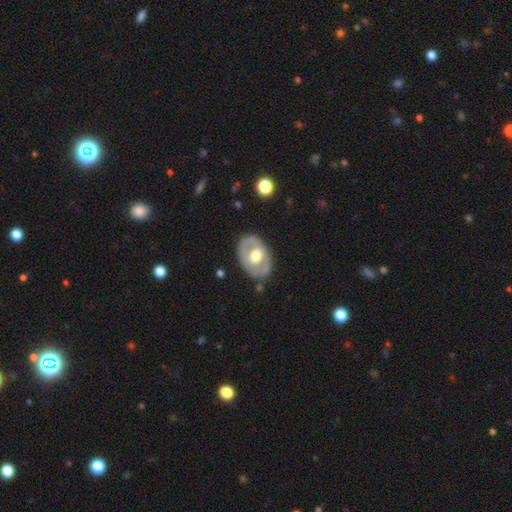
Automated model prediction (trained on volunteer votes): Smooth or featured?
  - featured or disk: 61% *
  - smooth: 35%
  - star or artifact: 5%
Edge-on disk?
  - no: 93% *
  - yes: 7%
Bar?
  - no: 69% *
  - weak: 23%
  - strong: 8%
Spiral arms?
  - no: 76% *
  - yes: 24%
Bulge size?
  - moderate: 60% *
  - large: 33%
  - small: 5%
  - dominant: 2%
  - none: 1%
Merging?
  - none: 77% *
  - minor disturbance: 16%
  - major disturbance: 5%
  - merger: 2%